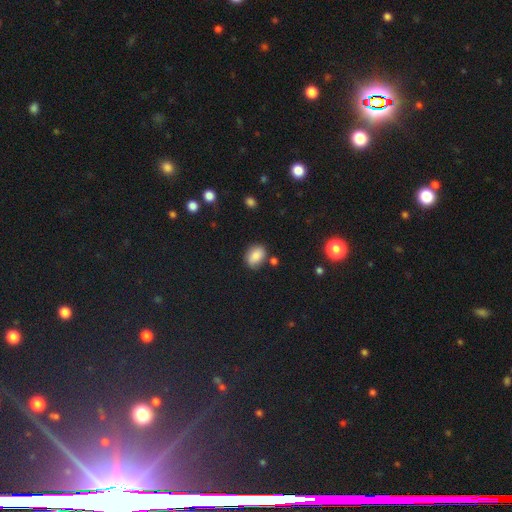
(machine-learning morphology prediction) This appears to be a smooth galaxy with no disk features (85%) that is in between round and cigar-shaped (71%). Merging: none (77%).